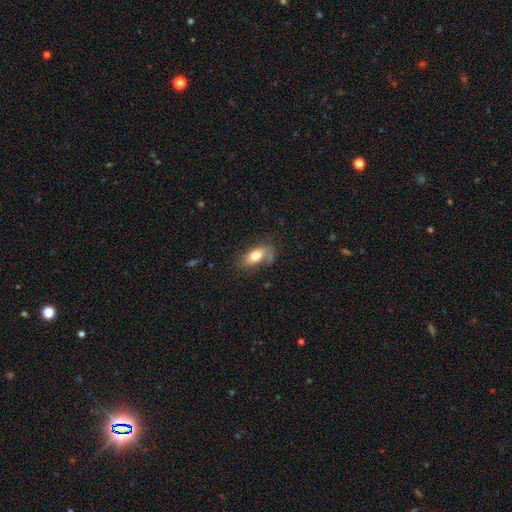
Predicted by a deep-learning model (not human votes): Smooth or featured: smooth — 74% (featured or disk — 19%)
How rounded: in between — 86% (cigar-shaped — 9%)
Merging: none — 61% (minor disturbance — 24%)